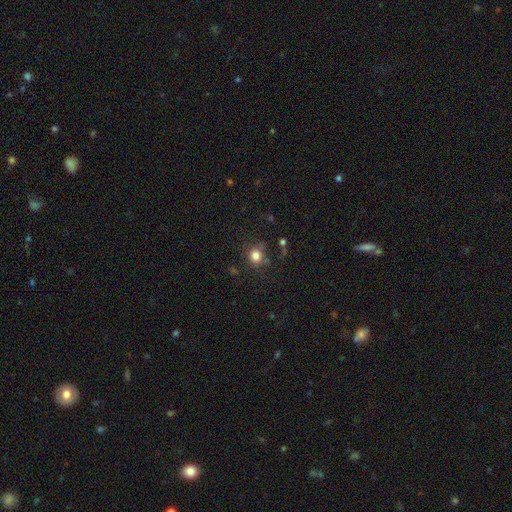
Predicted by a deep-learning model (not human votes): Overall: smooth (80%). How rounded: round (79%). Merging: none (71%).